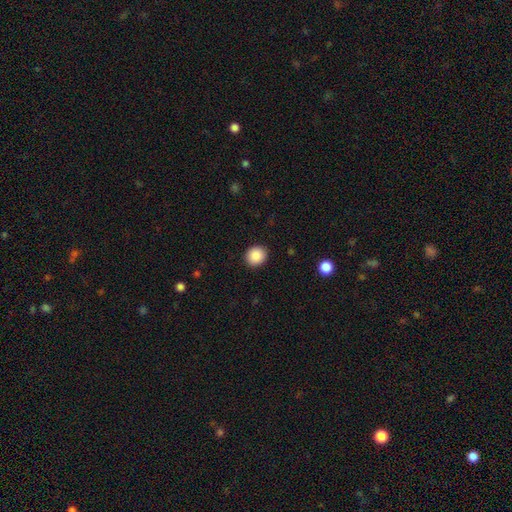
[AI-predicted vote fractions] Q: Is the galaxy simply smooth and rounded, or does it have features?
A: smooth — 88%.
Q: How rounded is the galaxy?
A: round — 84%.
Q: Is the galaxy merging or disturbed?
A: none — 92%.